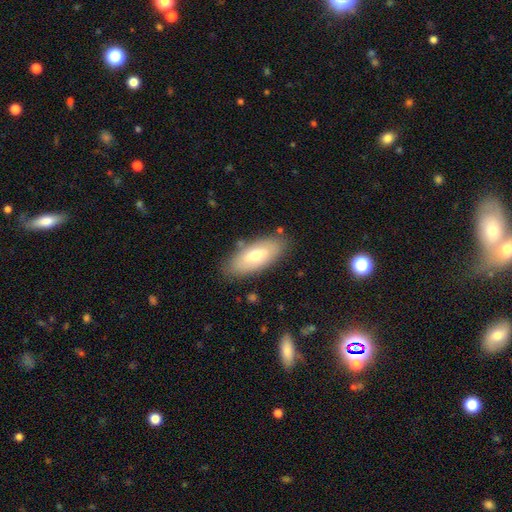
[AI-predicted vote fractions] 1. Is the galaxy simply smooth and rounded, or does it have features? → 64% smooth, 29% featured or disk, 6% star or artifact.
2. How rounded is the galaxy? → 84% in between, 14% cigar-shaped, 2% round.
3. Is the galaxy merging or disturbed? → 81% none, 13% minor disturbance, 3% major disturbance, 2% merger.